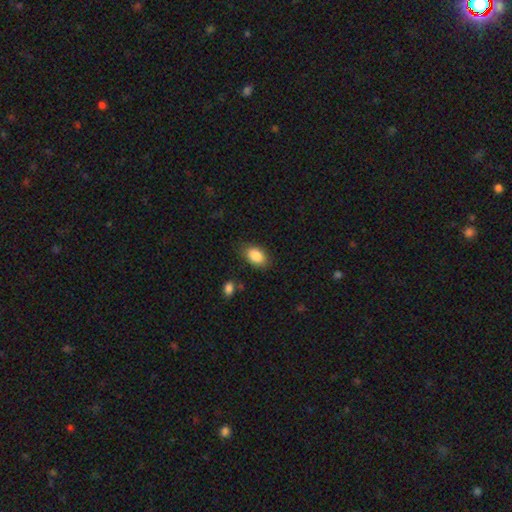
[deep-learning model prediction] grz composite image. It shows a smooth galaxy with no disk features (88%) that is in between round and cigar-shaped (88%). Merging: none (82%).